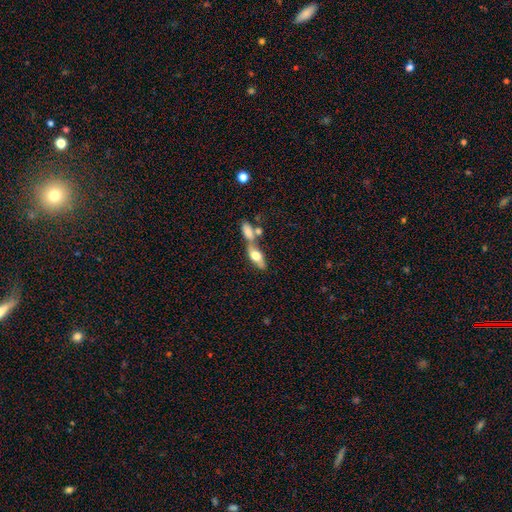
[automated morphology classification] This appears to be a smooth galaxy with no disk features (57%) that is in between round and cigar-shaped (71%). Merging: merger (51%).